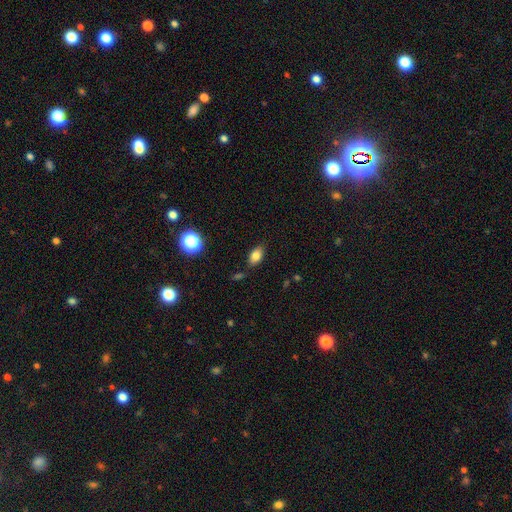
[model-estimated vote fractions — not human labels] A smooth galaxy with no disk features (81%) that is in between round and cigar-shaped (87%).

Vote fractions:
- Smooth or featured? smooth: 81% / star or artifact: 11% / featured or disk: 9%
- How rounded? in between: 87% / round: 10% / cigar-shaped: 3%
- Merging? none: 81% / minor disturbance: 13% / merger: 3% / major disturbance: 3%